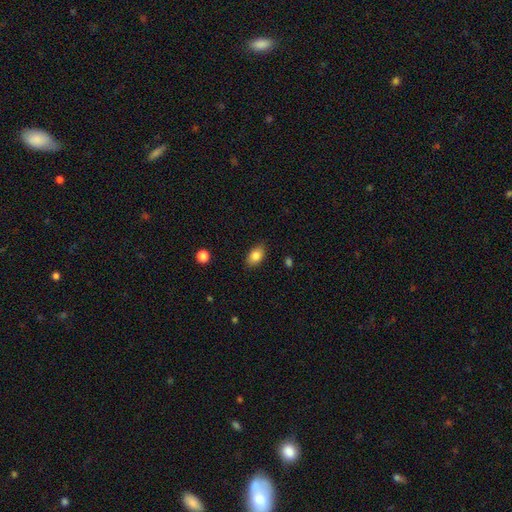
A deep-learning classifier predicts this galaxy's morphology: Smooth or featured? smooth (84%)
How rounded? in between (87%)
Merging? none (85%)